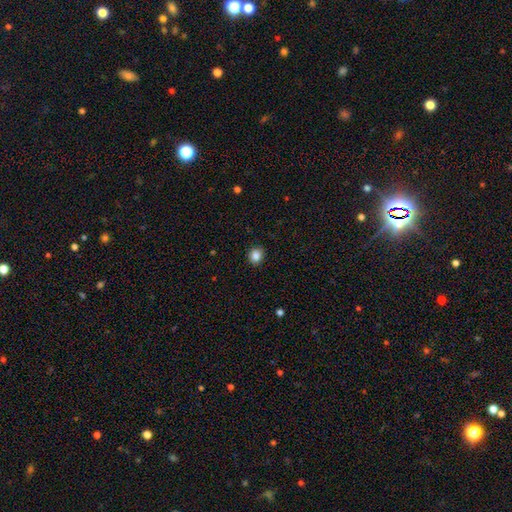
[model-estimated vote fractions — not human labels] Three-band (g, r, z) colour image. It shows a smooth galaxy with no disk features (85%) that is round (79%). Merging: none (90%).